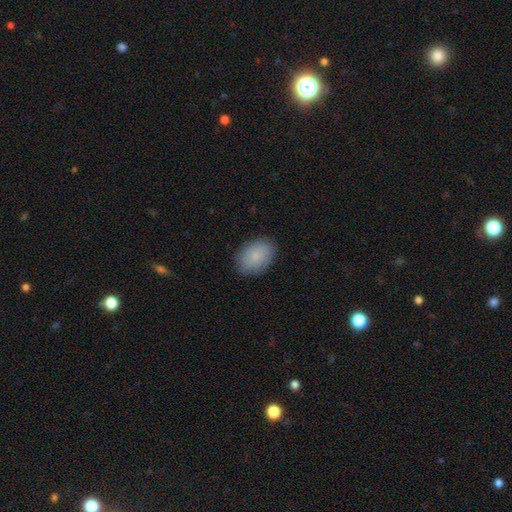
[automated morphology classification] The model was most divided on "how rounded": in between: 81%, round: 18%, cigar-shaped: 1%. More confident: merging — none (85%); smooth or featured — smooth (82%).